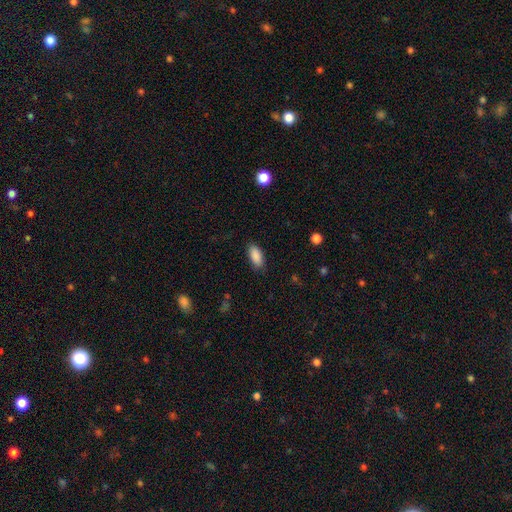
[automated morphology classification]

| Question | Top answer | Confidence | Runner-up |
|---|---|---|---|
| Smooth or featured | smooth | 89% | star or artifact (7%) |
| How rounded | in between | 89% | cigar-shaped (9%) |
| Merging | none | 85% | minor disturbance (11%) |